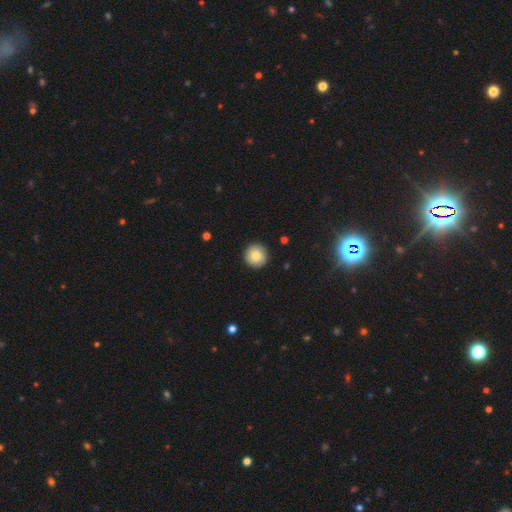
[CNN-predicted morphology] This is clearly a smooth galaxy (83%). How rounded: clearly round (95%). Merging: clearly none (91%).